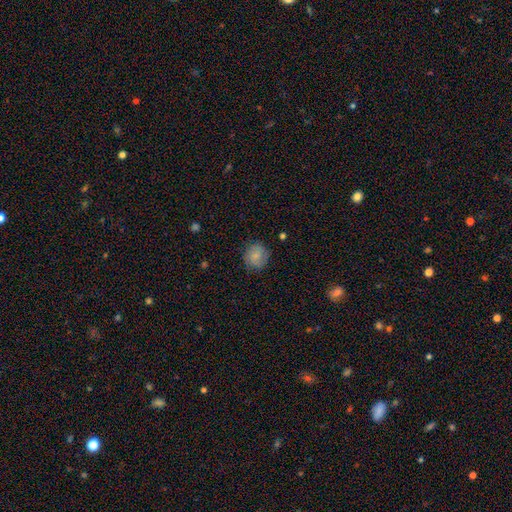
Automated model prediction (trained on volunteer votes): Smooth or featured? smooth (78%)
How rounded? round (84%)
Merging? none (80%)